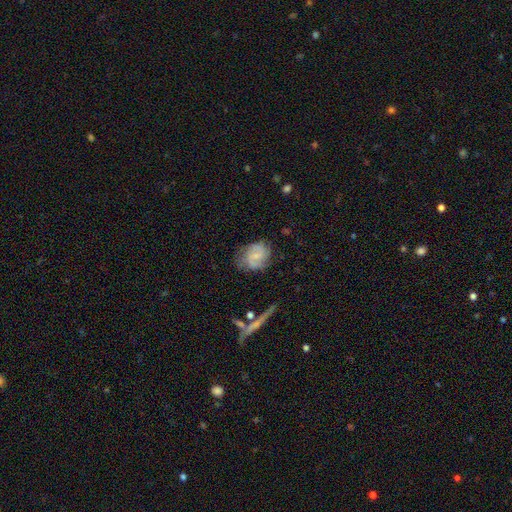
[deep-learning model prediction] smooth_or_featured: featured or disk (p=0.60) [alt: smooth p=0.32]
disk_edge_on: no (p=0.97) [alt: yes p=0.03]
bar: no (p=0.55) [alt: weak p=0.37]
has_spiral_arms: yes (p=0.89) [alt: no p=0.11]
spiral_winding: medium (p=0.44) [alt: tight p=0.35]
spiral_arm_count: 2 (p=0.52) [alt: can't tell p=0.23]
bulge_size: small (p=0.61) [alt: moderate p=0.19]
merging: none (p=0.65) [alt: minor disturbance p=0.23]